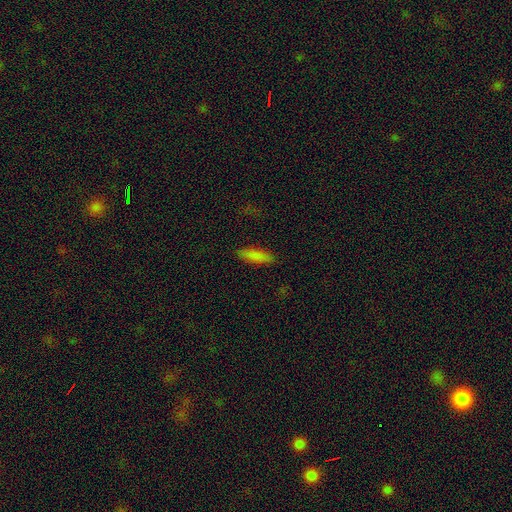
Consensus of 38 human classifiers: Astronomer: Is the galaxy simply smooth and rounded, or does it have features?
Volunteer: smooth — 89%.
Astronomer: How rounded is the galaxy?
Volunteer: in between — 62% (runner-up: cigar-shaped, 38%).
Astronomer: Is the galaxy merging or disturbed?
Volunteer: none — 94%.